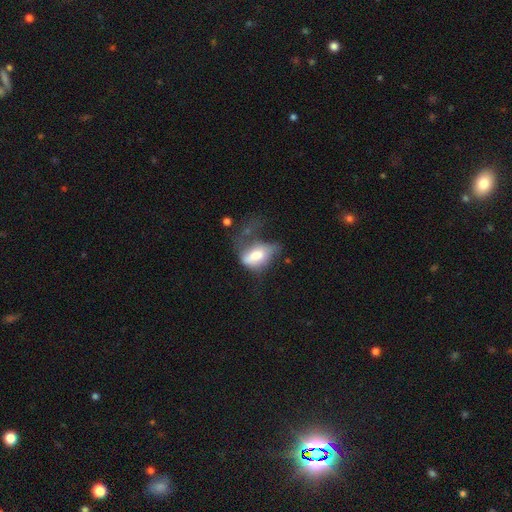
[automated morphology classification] Smooth or featured?
  - smooth: 61% *
  - featured or disk: 30%
  - star or artifact: 9%
How rounded?
  - in between: 86% *
  - round: 10%
  - cigar-shaped: 4%
Merging?
  - major disturbance: 55% *
  - minor disturbance: 21%
  - none: 15%
  - merger: 9%